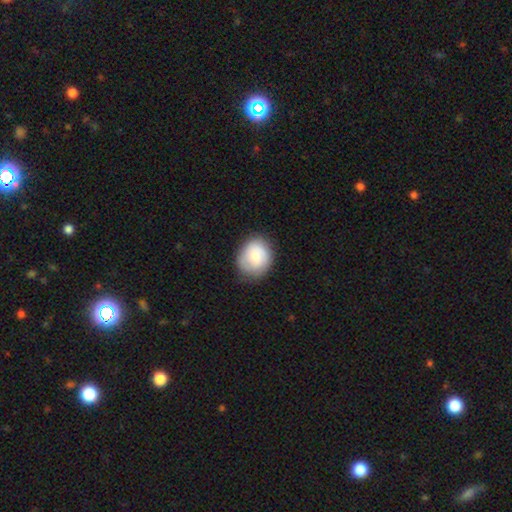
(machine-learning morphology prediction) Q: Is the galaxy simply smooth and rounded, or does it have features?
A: smooth — 62%.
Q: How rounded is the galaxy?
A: round — 69%.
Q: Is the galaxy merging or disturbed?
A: none — 78%.